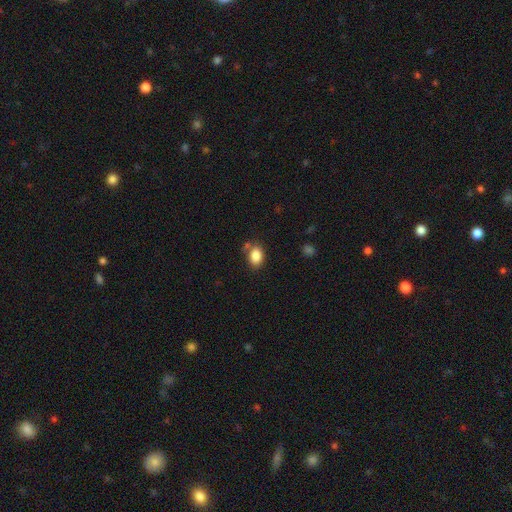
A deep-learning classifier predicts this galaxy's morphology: Overall: smooth (86%). How rounded: in between (79%). Merging: none (71%).